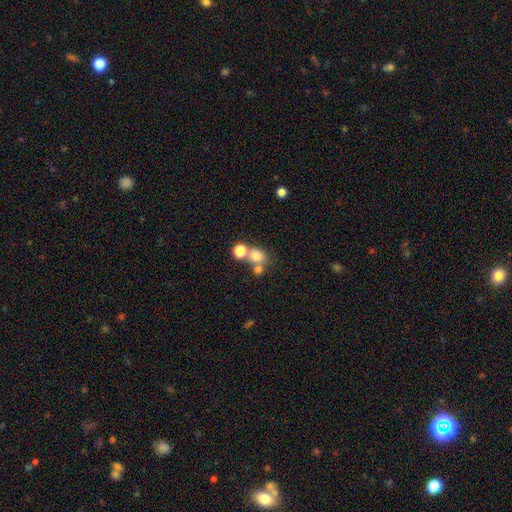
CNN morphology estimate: type=smooth (74%); roundness=round (68%); merging=none (46%).